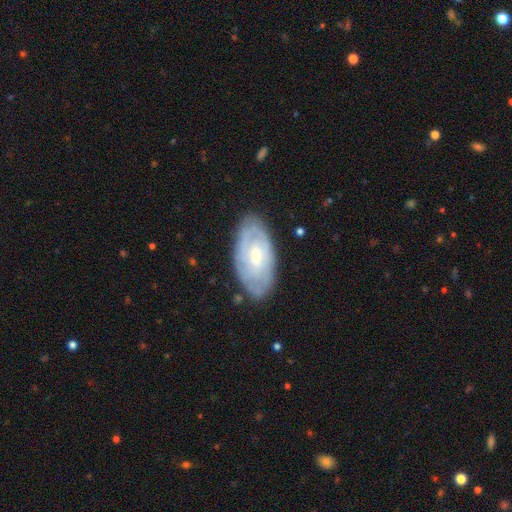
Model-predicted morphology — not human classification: Smooth or featured?
  - featured or disk: 66% *
  - smooth: 29%
  - star or artifact: 6%
Edge-on disk?
  - no: 92% *
  - yes: 8%
Bar?
  - no: 52% *
  - weak: 40%
  - strong: 9%
Spiral arms?
  - yes: 75% *
  - no: 25%
Bulge size?
  - small: 51% *
  - moderate: 44%
  - large: 3%
  - none: 2%
  - dominant: 1%
Merging?
  - none: 79% *
  - minor disturbance: 16%
  - major disturbance: 4%
  - merger: 1%